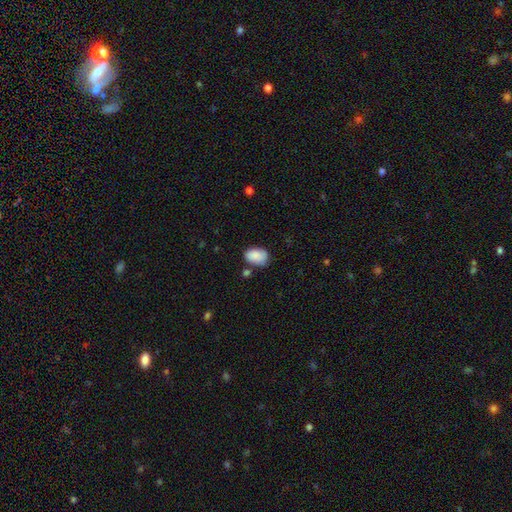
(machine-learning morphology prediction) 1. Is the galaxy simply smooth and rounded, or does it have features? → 86% smooth, 7% star or artifact, 6% featured or disk.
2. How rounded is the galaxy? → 85% in between, 14% round, 1% cigar-shaped.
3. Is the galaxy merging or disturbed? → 63% none, 24% minor disturbance, 8% merger, 6% major disturbance.